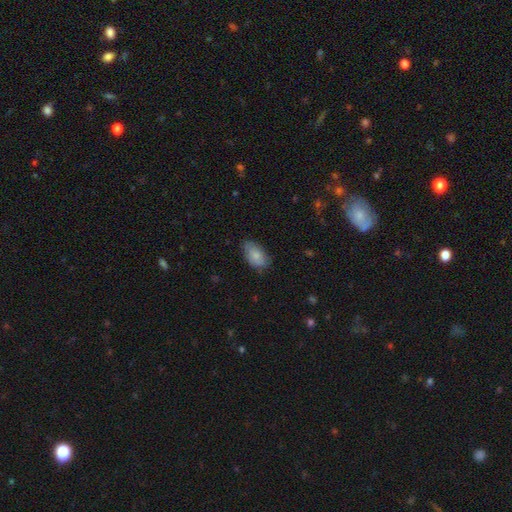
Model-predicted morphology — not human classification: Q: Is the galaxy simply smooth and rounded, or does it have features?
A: smooth — 82%.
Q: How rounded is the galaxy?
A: in between — 93%.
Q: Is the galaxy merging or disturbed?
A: none — 69%.